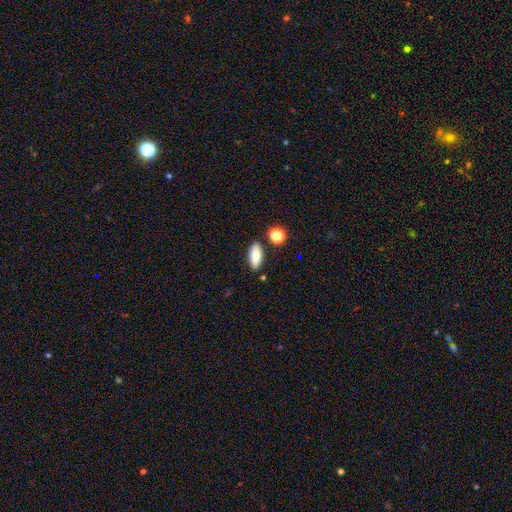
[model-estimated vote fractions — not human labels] A smooth galaxy with no disk features (84%) that is in between round and cigar-shaped (82%). Merging: none (84%).